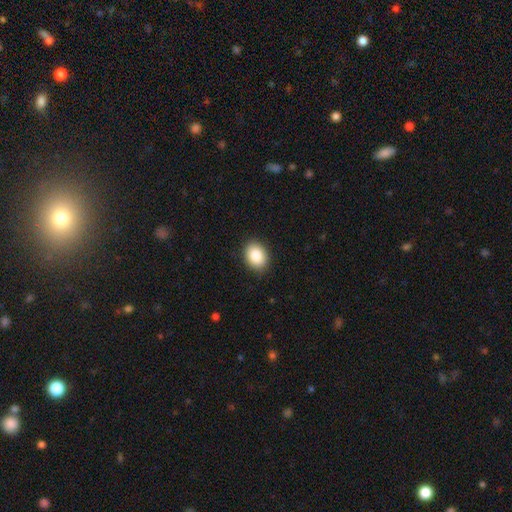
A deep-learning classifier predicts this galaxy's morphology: Smooth or featured? Predicted: smooth (p=0.86). How rounded? Predicted: in between (p=0.65). Merging? Predicted: none (p=0.89).